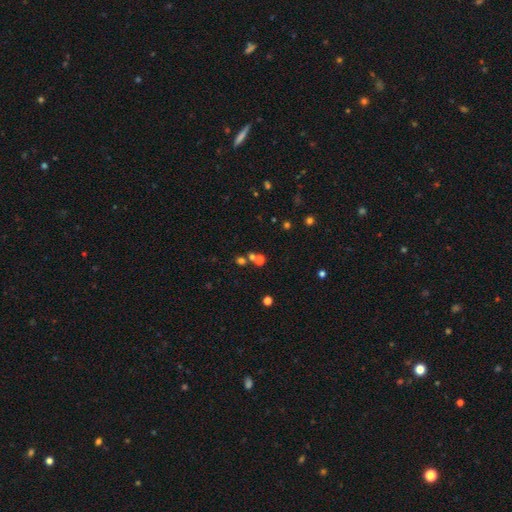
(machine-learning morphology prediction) type=smooth (44%); merging=none (56%).